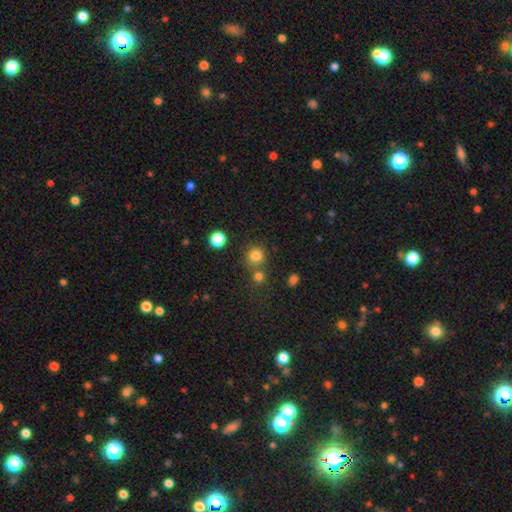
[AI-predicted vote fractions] Q: Smooth or featured?
A: smooth (80%); runner-up: star or artifact (15%)
Q: How rounded?
A: round (92%); runner-up: in between (7%)
Q: Merging?
A: none (72%); runner-up: merger (17%)